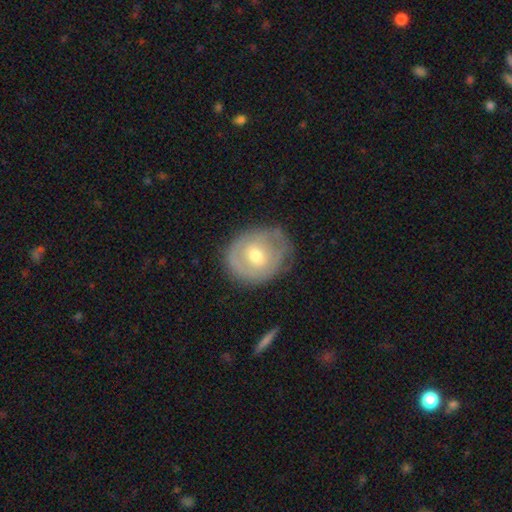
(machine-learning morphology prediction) smooth_or_featured: featured or disk (p=0.57) [alt: smooth p=0.36]
disk_edge_on: no (p=0.95) [alt: yes p=0.05]
bar: no (p=0.57) [alt: weak p=0.35]
has_spiral_arms: yes (p=0.56) [alt: no p=0.44]
bulge_size: moderate (p=0.69) [alt: small p=0.25]
merging: none (p=0.73) [alt: minor disturbance p=0.20]